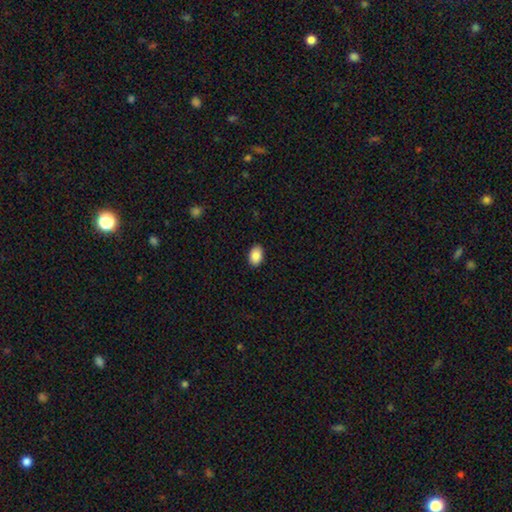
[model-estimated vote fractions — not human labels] The model was most divided on "how rounded": in between: 88%, round: 11%, cigar-shaped: 1%. More confident: merging — none (89%); smooth or featured — smooth (88%).